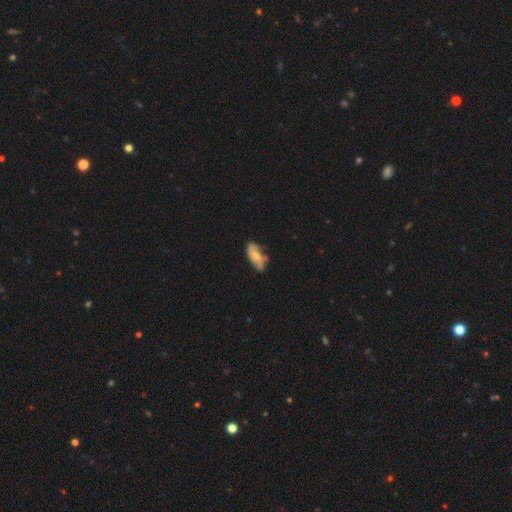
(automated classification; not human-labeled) Smooth or featured: smooth — 55% (featured or disk — 38%)
How rounded: in between — 85% (cigar-shaped — 13%)
Merging: none — 57% (minor disturbance — 30%)